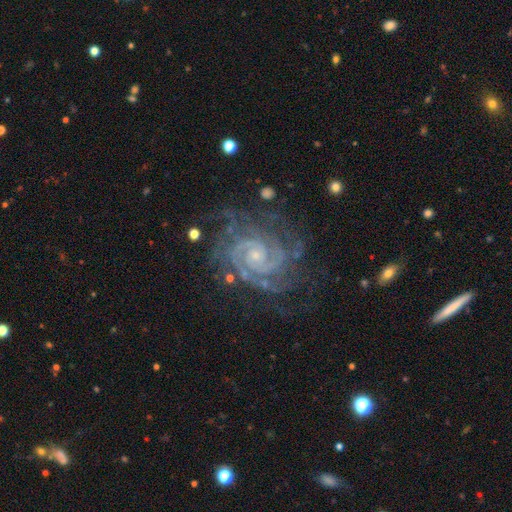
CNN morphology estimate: A featured or disk galaxy (91%) with no bar (65%), 2 (56%) tight (78%) spiral arms (99%) and a small central bulge (76%). Merging: none (72%).